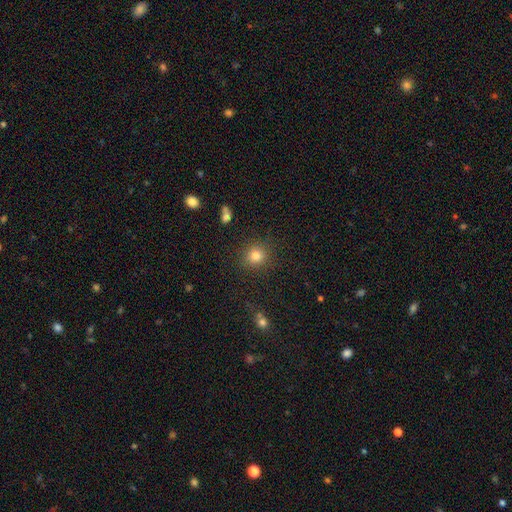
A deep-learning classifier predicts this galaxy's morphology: smooth-or-featured: smooth: 81% | star or artifact: 12% | featured or disk: 6%
  how-rounded: round: 88% | in between: 11% | cigar-shaped: 1%
  merging: none: 87% | minor disturbance: 8% | major disturbance: 3% | merger: 2%